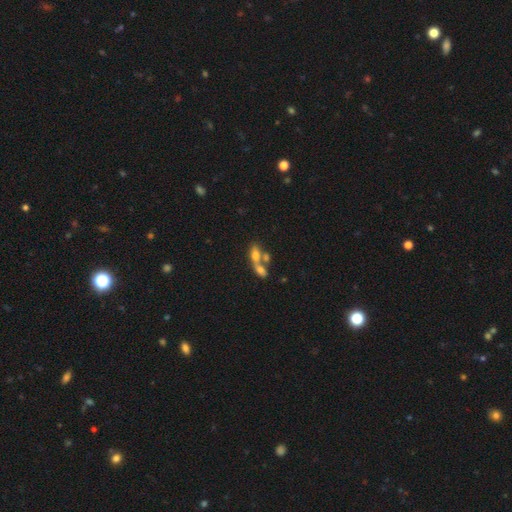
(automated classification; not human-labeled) Q: Smooth or featured?
A: smooth (61%); runner-up: featured or disk (27%)
Q: How rounded?
A: in between (74%); runner-up: cigar-shaped (16%)
Q: Merging?
A: merger (65%); runner-up: none (21%)